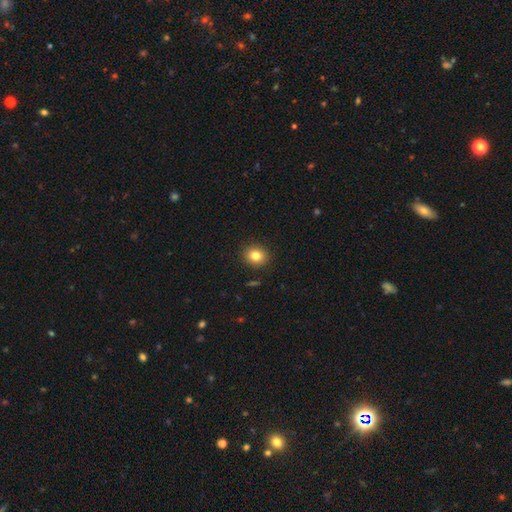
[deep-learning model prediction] A smooth galaxy with no disk features (81%) that is round (73%).

Vote fractions:
- Smooth or featured? smooth: 81% / star or artifact: 11% / featured or disk: 8%
- How rounded? round: 73% / in between: 26% / cigar-shaped: 1%
- Merging? none: 90% / minor disturbance: 6% / major disturbance: 2% / merger: 1%